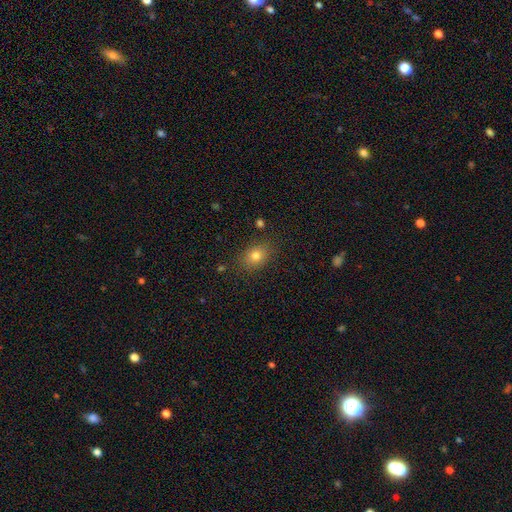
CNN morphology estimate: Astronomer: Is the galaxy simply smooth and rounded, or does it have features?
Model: smooth — 78%.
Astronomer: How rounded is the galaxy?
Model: in between — 60% (runner-up: round, 39%).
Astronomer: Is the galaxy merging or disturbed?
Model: none — 84%.